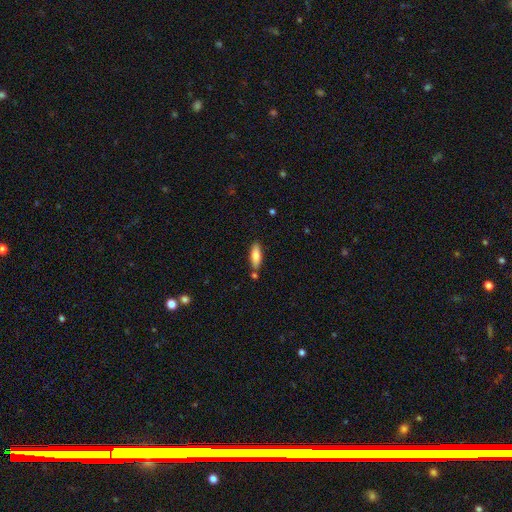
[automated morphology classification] Smooth or featured? smooth (81%)
How rounded? in between (58%)
Merging? none (77%)